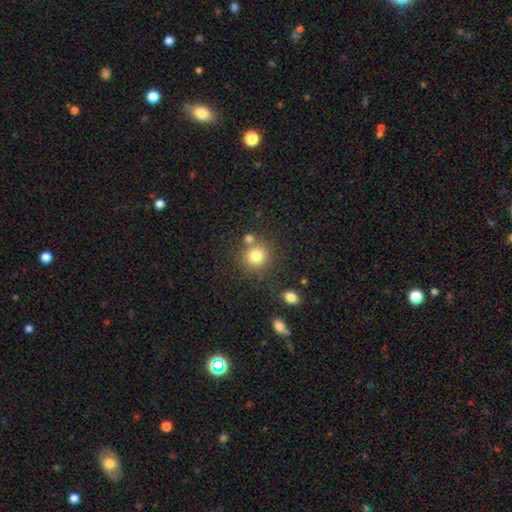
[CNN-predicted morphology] Q: Smooth or featured?
A: smooth (79%); runner-up: star or artifact (13%)
Q: How rounded?
A: round (90%); runner-up: in between (9%)
Q: Merging?
A: none (72%); runner-up: merger (15%)